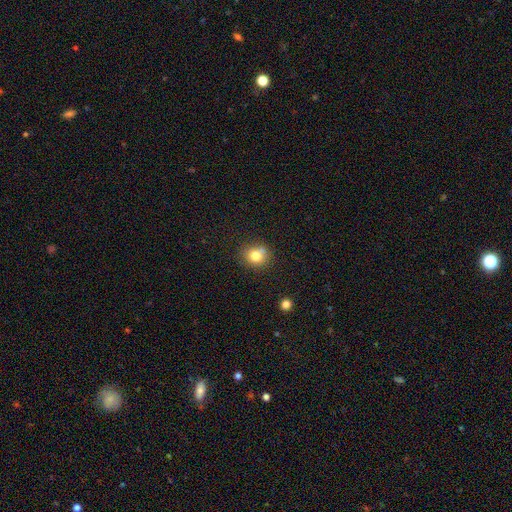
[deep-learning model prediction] Q: Smooth or featured?
A: smooth (78%); runner-up: star or artifact (12%)
Q: How rounded?
A: round (78%); runner-up: in between (21%)
Q: Merging?
A: none (67%); runner-up: minor disturbance (15%)